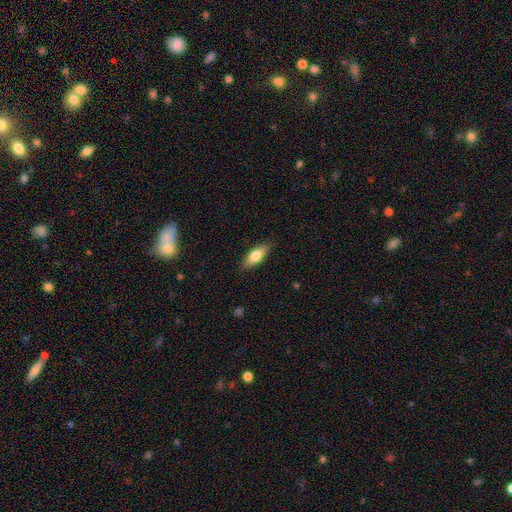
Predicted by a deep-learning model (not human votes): Morphology: type=smooth (69%); roundness=in between (68%); merging=none (86%).